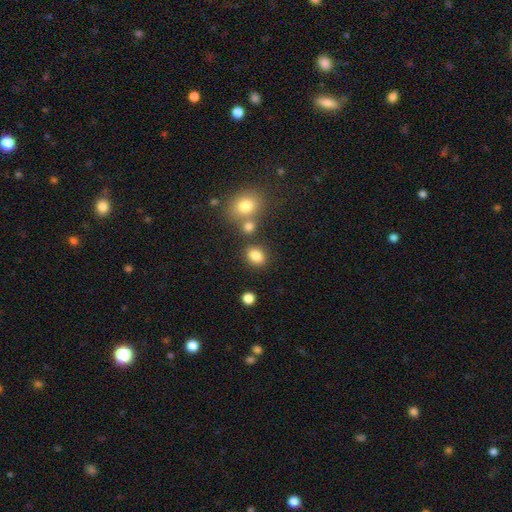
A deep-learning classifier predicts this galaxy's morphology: Overall: smooth (83%). How rounded: in between (53%; round 46%). Merging: none (75%).